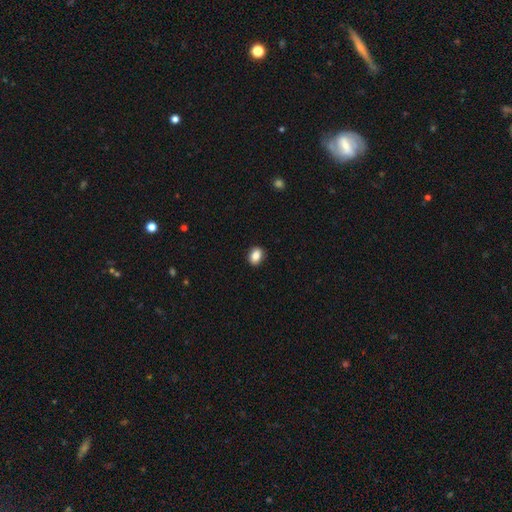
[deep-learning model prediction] Smooth or featured? Predicted: smooth (p=0.86). How rounded? Predicted: in between (p=0.72). Merging? Predicted: none (p=0.90).